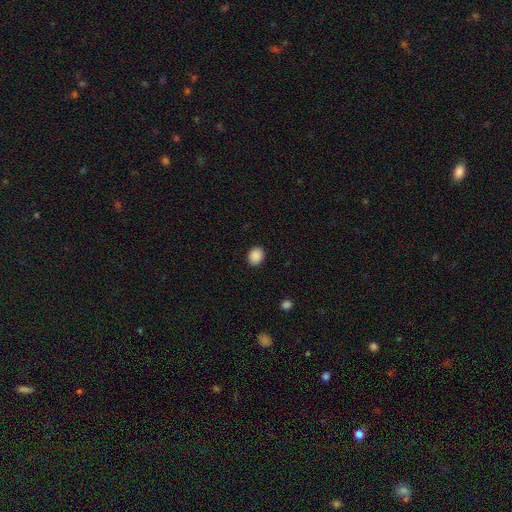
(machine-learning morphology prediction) type=smooth (89%); roundness=round (54%); merging=none (90%).